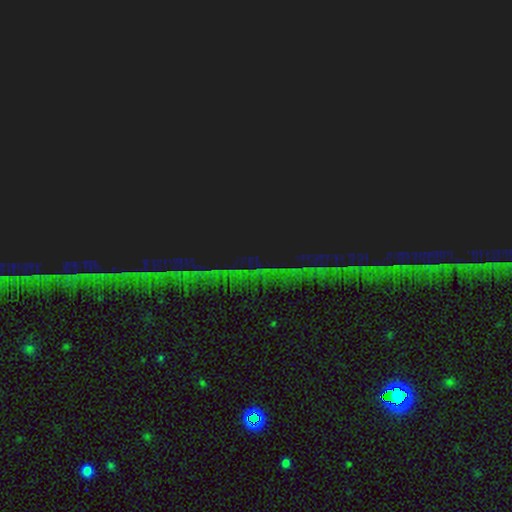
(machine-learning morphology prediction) A star or artifact, not a galaxy (87%).

Vote fractions:
- Smooth or featured? star or artifact: 87% / featured or disk: 7% / smooth: 6%